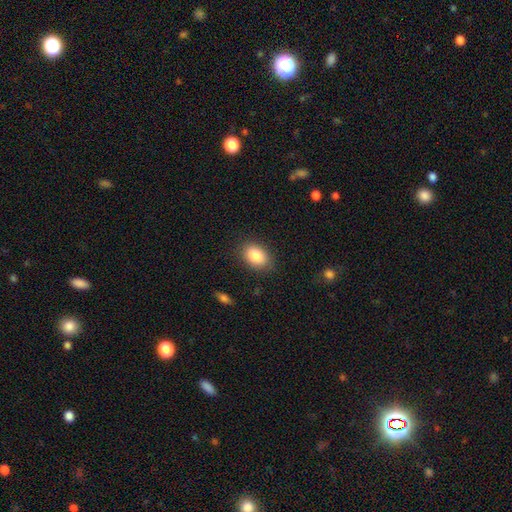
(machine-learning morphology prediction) A smooth galaxy with no disk features (84%) that is in between round and cigar-shaped (80%).

Vote fractions:
- Smooth or featured? smooth: 84% / star or artifact: 8% / featured or disk: 8%
- How rounded? in between: 80% / round: 19% / cigar-shaped: 1%
- Merging? none: 85% / minor disturbance: 11% / major disturbance: 3% / merger: 1%